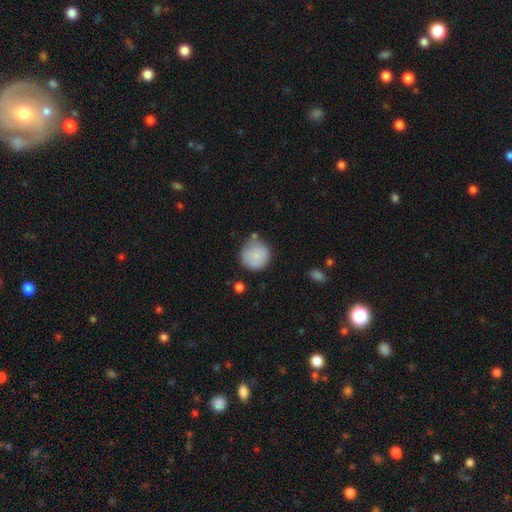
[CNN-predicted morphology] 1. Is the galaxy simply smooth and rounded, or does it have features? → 84% smooth, 9% featured or disk, 7% star or artifact.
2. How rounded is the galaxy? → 94% round, 5% in between, 1% cigar-shaped.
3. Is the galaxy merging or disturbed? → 67% none, 21% minor disturbance, 6% merger, 5% major disturbance.